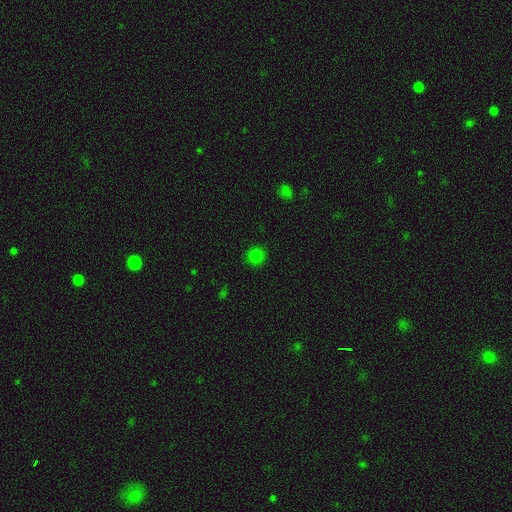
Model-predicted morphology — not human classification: This appears to be a smooth galaxy with no disk features (80%) that is round (93%). Merging: none (91%).